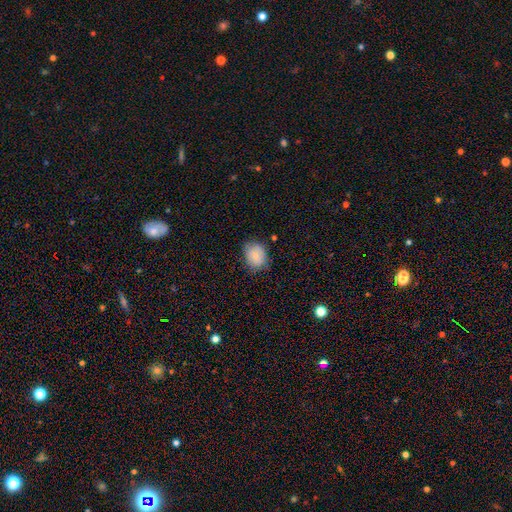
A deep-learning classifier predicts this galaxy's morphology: The model was most divided on "how rounded": round: 50%, in between: 49%, cigar-shaped: 1%. More confident: smooth or featured — smooth (81%); merging — none (74%).